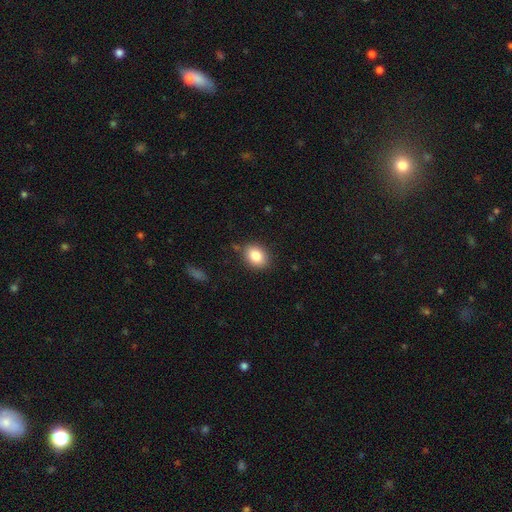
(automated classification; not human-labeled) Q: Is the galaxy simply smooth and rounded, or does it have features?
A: smooth — 83%.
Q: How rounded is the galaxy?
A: in between — 60%.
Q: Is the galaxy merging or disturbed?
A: none — 83%.